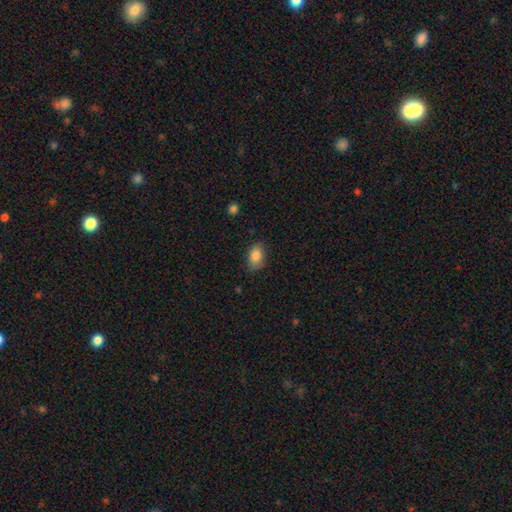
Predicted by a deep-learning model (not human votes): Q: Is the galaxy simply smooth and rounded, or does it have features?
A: smooth — 85%.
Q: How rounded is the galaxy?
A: in between — 89%.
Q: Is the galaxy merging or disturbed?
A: none — 82%.